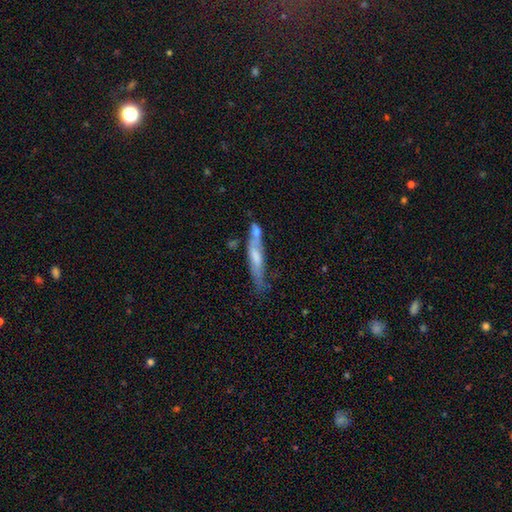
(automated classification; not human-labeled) Q: Smooth or featured?
A: featured or disk (52%); runner-up: smooth (41%)
Q: Edge-on disk?
A: yes (68%); runner-up: no (32%)
Q: Merging?
A: none (41%); runner-up: merger (26%)